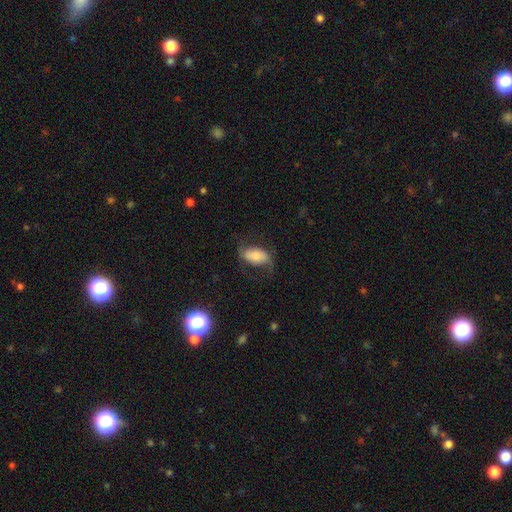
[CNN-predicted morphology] Smooth or featured: featured or disk — 45% (tied with smooth — 45%)
Merging: none — 62% (minor disturbance — 21%)